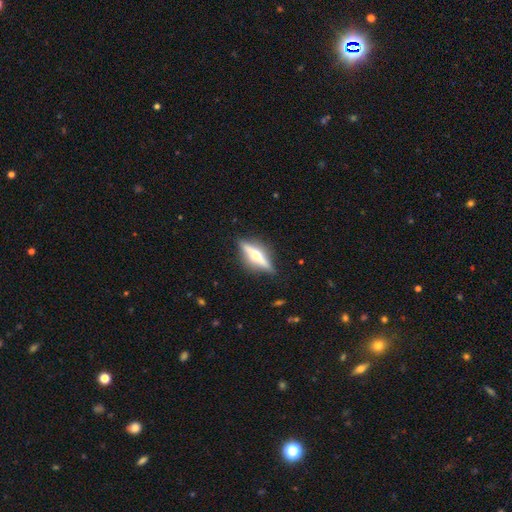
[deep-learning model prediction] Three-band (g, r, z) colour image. It shows a featured or disk galaxy (75%) viewed edge-on (95%) with a rounded central bulge (96%). Merging: none (87%).